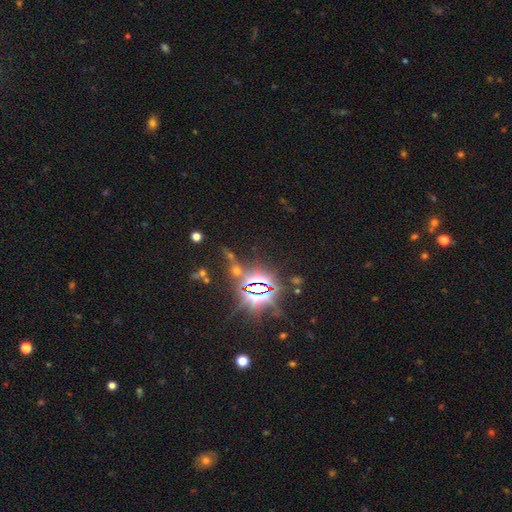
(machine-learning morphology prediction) Smooth or featured?
  - star or artifact: 84% *
  - smooth: 8%
  - featured or disk: 7%